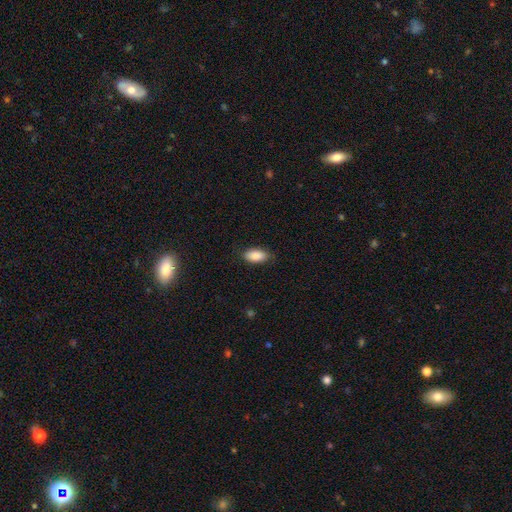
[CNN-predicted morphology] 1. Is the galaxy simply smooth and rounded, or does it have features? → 88% smooth, 7% star or artifact, 5% featured or disk.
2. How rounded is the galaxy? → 92% in between, 5% cigar-shaped, 3% round.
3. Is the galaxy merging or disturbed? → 80% none, 16% minor disturbance, 3% major disturbance, 1% merger.